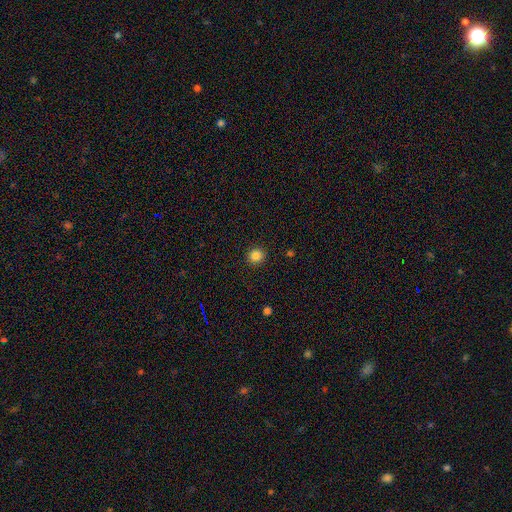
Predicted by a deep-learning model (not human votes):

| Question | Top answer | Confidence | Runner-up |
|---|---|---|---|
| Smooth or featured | smooth | 85% | star or artifact (11%) |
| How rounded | round | 93% | in between (6%) |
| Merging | none | 92% | minor disturbance (5%) |